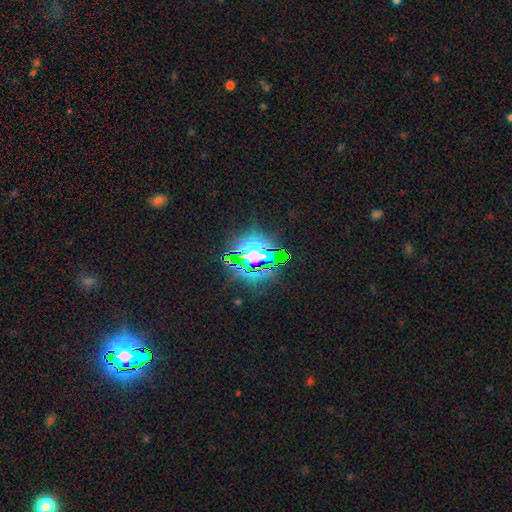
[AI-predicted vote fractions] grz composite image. It shows a star or artifact, not a galaxy (69%).